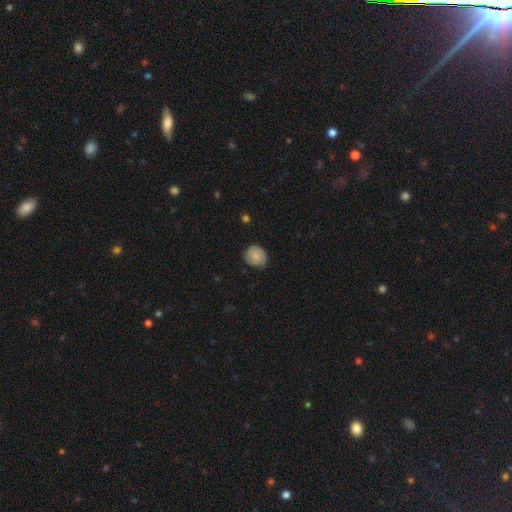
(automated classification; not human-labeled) A smooth galaxy with no disk features (77%) that is round (70%).

Vote fractions:
- Smooth or featured? smooth: 77% / featured or disk: 16% / star or artifact: 7%
- How rounded? round: 70% / in between: 29% / cigar-shaped: 1%
- Merging? none: 74% / minor disturbance: 22% / major disturbance: 3% / merger: 1%